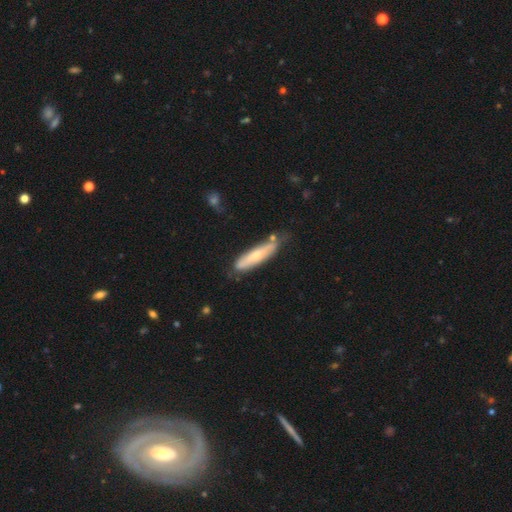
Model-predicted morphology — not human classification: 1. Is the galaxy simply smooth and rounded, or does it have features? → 57% smooth, 38% featured or disk, 5% star or artifact.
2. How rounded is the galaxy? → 79% cigar-shaped, 20% in between, 1% round.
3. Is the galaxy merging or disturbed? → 68% none, 22% minor disturbance, 6% merger, 5% major disturbance.